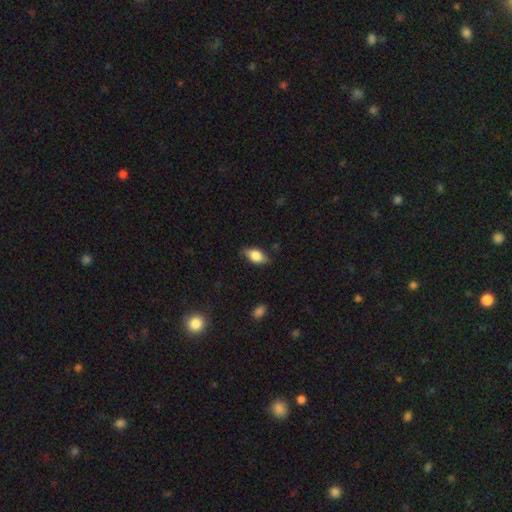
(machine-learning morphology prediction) This is likely a smooth galaxy (78%). How rounded: clearly in between (88%). Merging: likely none (79%).